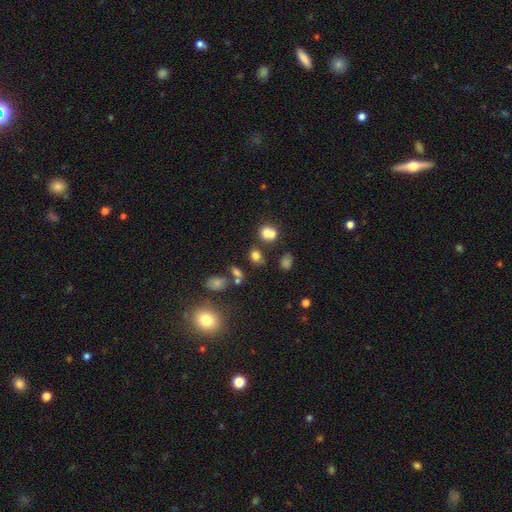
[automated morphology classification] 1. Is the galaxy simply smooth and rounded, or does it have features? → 72% smooth, 18% star or artifact, 10% featured or disk.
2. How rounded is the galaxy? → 52% round, 46% in between, 2% cigar-shaped.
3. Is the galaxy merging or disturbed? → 56% none, 26% merger, 13% minor disturbance, 6% major disturbance.